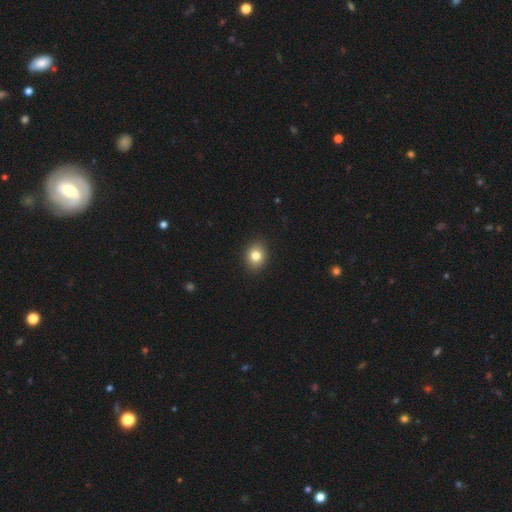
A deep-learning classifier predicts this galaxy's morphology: Smooth or featured? smooth (81%)
How rounded? round (53%)
Merging? none (90%)